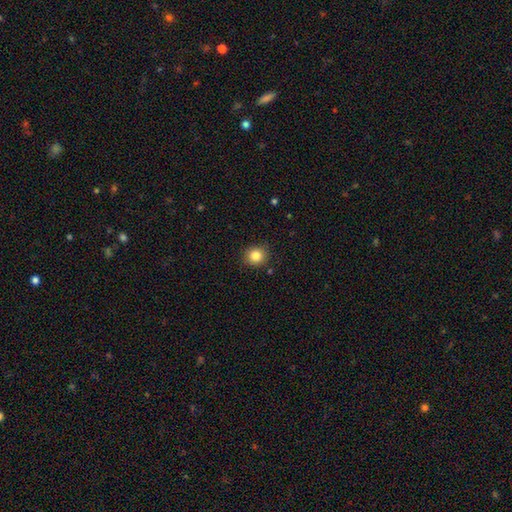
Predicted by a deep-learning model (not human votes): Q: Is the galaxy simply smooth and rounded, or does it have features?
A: smooth — 84%.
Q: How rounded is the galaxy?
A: round — 86%.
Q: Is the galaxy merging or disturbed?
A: none — 88%.